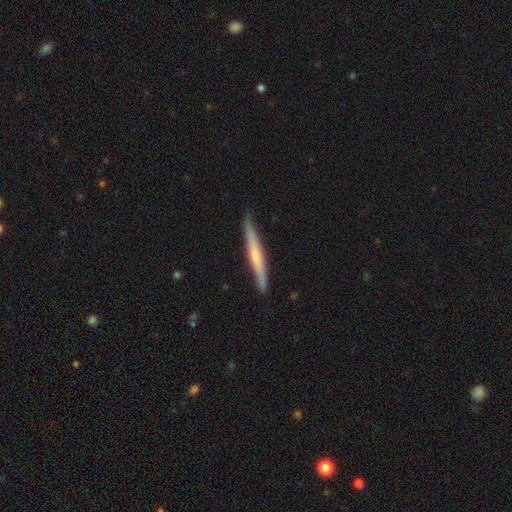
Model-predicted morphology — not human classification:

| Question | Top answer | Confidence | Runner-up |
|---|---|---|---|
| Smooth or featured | featured or disk | 50% | smooth (45%) |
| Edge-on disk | yes | 95% | no (5%) |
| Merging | none | 88% | minor disturbance (9%) |